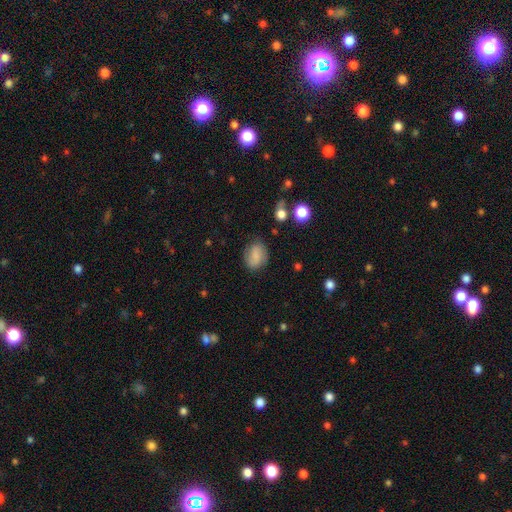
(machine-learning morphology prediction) Q: Smooth or featured?
A: smooth (69%); runner-up: featured or disk (21%)
Q: How rounded?
A: in between (60%); runner-up: round (38%)
Q: Merging?
A: none (74%); runner-up: minor disturbance (18%)